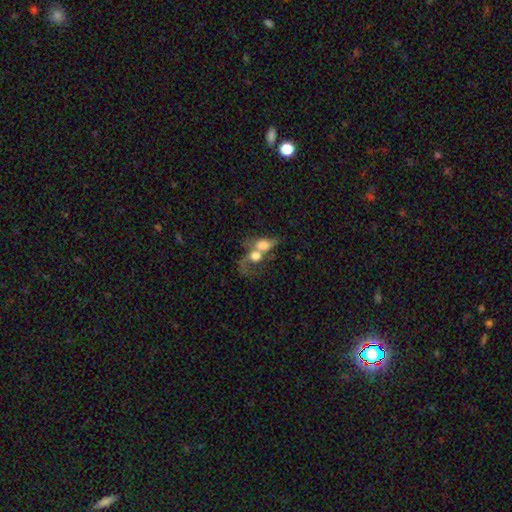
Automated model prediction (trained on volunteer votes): This appears to be a smooth galaxy with no disk features (51%) that is in between round and cigar-shaped (54%). Merging: merger (77%).